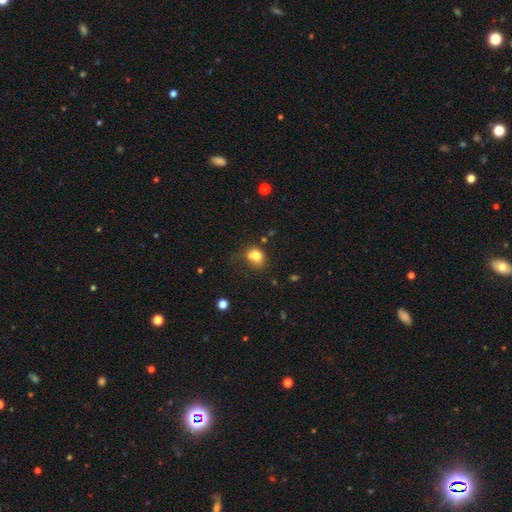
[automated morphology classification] type=smooth (76%); roundness=round (56%); merging=none (46%).